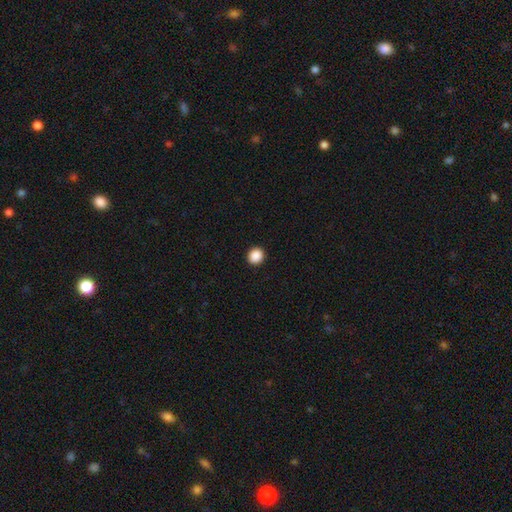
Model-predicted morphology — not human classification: Q: Smooth or featured?
A: smooth (89%); runner-up: star or artifact (9%)
Q: How rounded?
A: round (85%); runner-up: in between (14%)
Q: Merging?
A: none (93%); runner-up: minor disturbance (5%)